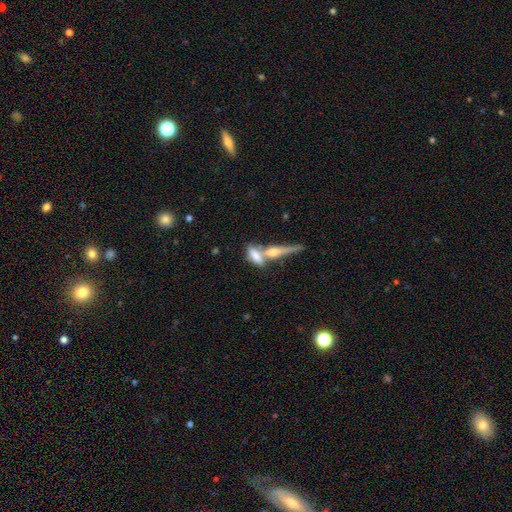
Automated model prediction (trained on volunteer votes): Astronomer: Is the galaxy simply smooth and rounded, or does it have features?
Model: smooth — 62%.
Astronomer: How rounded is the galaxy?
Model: in between — 55% (runner-up: cigar-shaped, 40%).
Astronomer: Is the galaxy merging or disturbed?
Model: merger — 53% (runner-up: none, 32%).